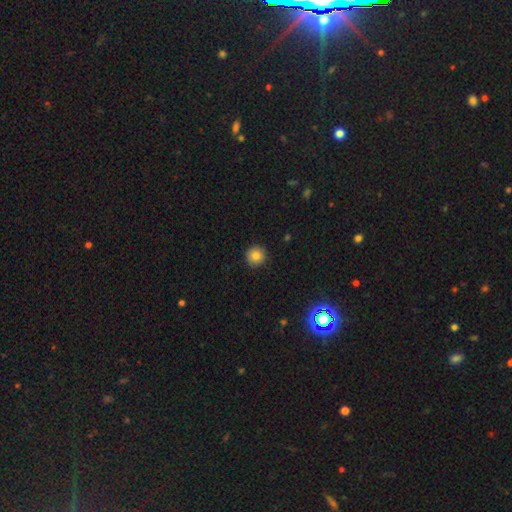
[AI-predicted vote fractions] Morphology: type=smooth (82%); roundness=round (95%); merging=none (92%).